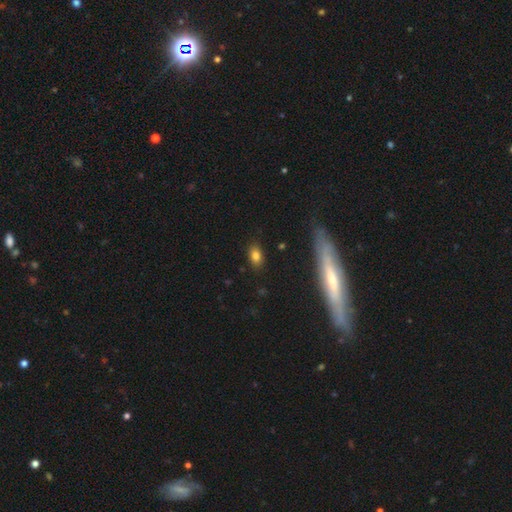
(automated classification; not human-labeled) Morphology: type=smooth (81%); roundness=in between (81%); merging=none (84%).